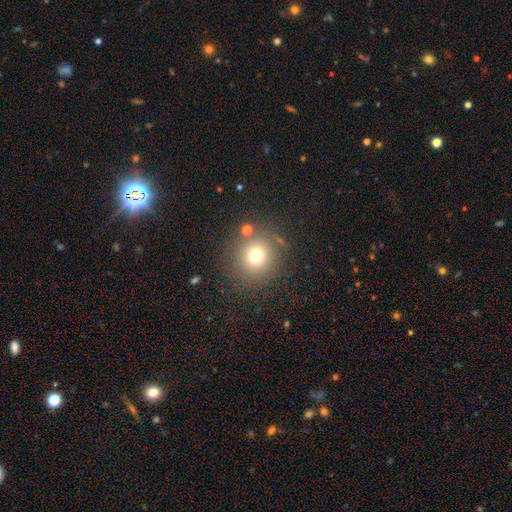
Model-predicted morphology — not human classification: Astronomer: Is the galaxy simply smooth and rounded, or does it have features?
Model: smooth — 72%.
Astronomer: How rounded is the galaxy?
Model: round — 93%.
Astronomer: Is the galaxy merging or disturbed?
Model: none — 83%.